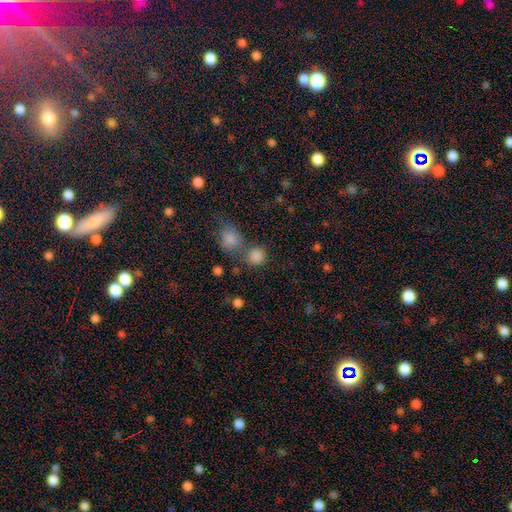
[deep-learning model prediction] Smooth or featured? Predicted: smooth (p=0.79). How rounded? Predicted: round (p=0.78). Merging? Predicted: none (p=0.57).